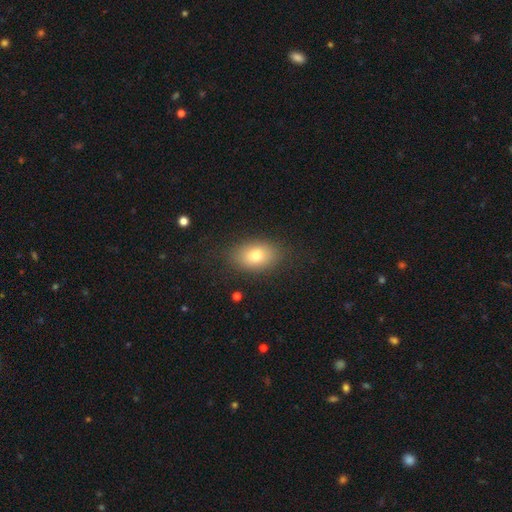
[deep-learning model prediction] This appears to be a smooth galaxy with no disk features (77%) that is in between round and cigar-shaped (83%). Merging: none (83%).